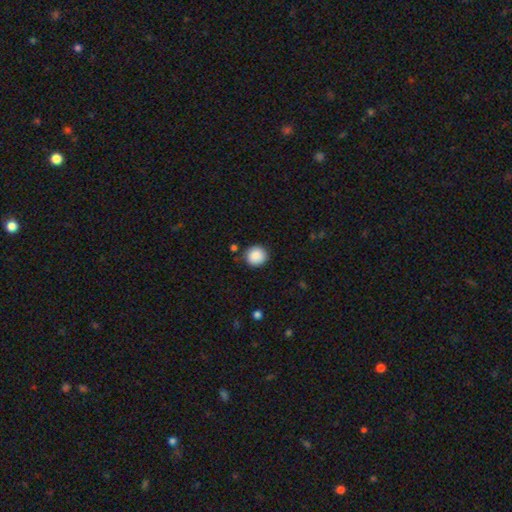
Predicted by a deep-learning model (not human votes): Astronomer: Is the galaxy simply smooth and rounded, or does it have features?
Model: smooth — 88%.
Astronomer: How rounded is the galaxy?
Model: round — 90%.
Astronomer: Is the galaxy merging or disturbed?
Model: none — 86%.